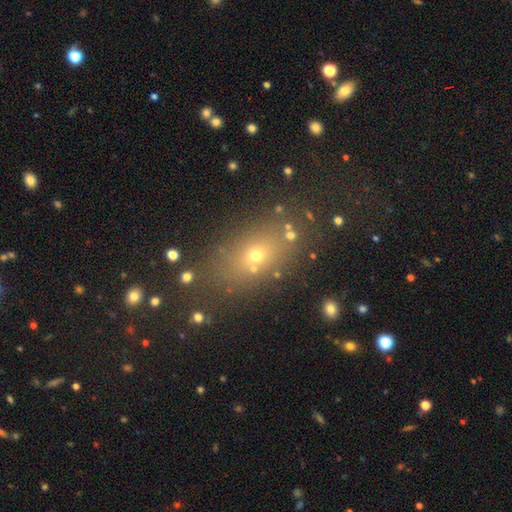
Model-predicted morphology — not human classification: Smooth or featured? Predicted: smooth (p=0.58). How rounded? Predicted: in between (p=0.68). Merging? Predicted: none (p=0.77).